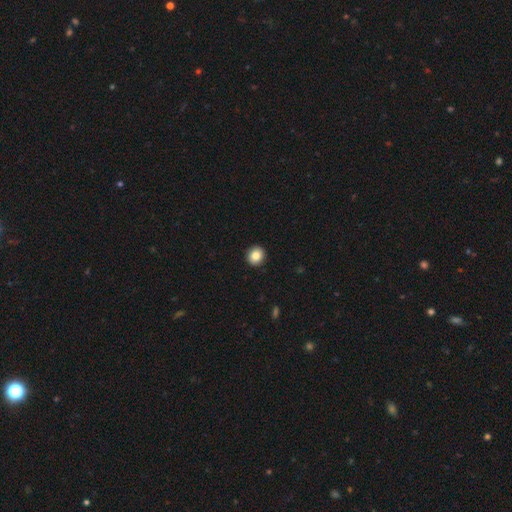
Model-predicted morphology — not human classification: Smooth or featured?
  - smooth: 86% *
  - star or artifact: 9%
  - featured or disk: 5%
How rounded?
  - round: 86% *
  - in between: 13%
  - cigar-shaped: 1%
Merging?
  - none: 92% *
  - minor disturbance: 5%
  - major disturbance: 1%
  - merger: 1%